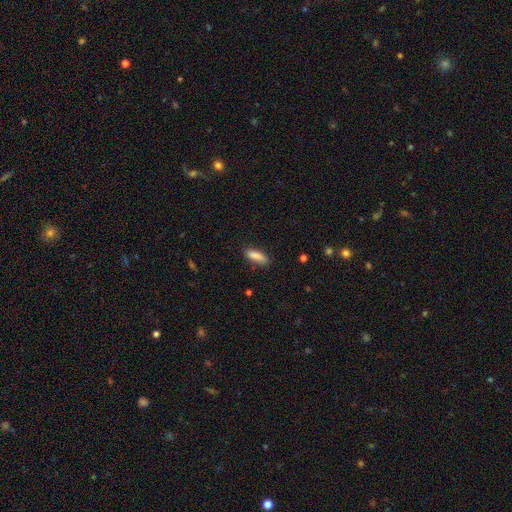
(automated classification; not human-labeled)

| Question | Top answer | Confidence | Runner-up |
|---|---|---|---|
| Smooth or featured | smooth | 86% | star or artifact (7%) |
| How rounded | in between | 51% | cigar-shaped (47%) |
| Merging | none | 77% | minor disturbance (18%) |